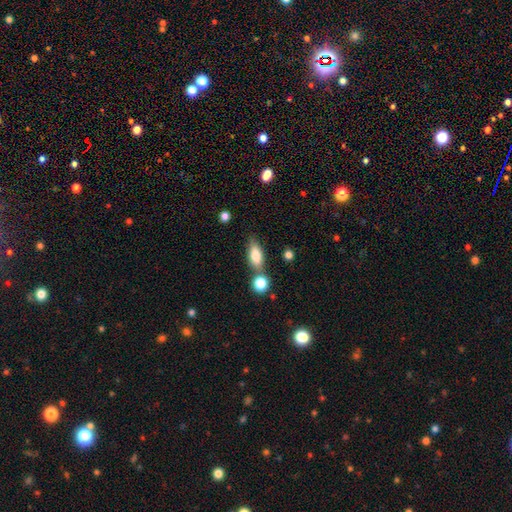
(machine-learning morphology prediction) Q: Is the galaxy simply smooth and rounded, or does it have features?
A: smooth — 78%.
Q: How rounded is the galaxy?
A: in between — 78%.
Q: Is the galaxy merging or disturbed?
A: none — 59%.